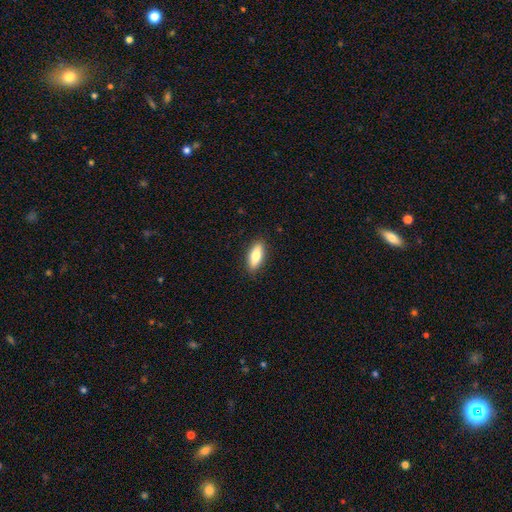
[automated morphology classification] A smooth galaxy with no disk features (76%) that is in between round and cigar-shaped (67%). Merging: none (88%).